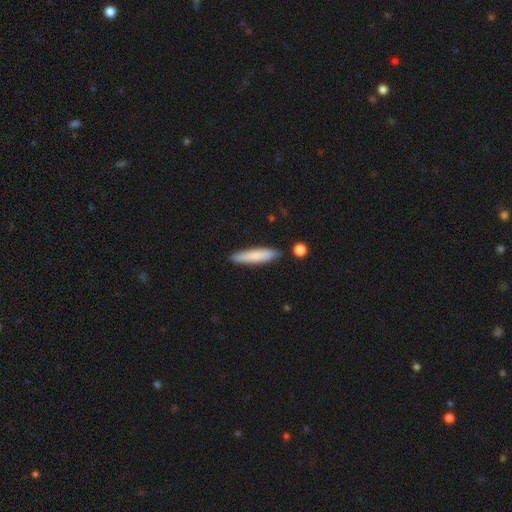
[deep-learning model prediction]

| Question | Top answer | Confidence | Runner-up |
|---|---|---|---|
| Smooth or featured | smooth | 79% | featured or disk (16%) |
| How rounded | cigar-shaped | 85% | in between (13%) |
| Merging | none | 85% | minor disturbance (10%) |